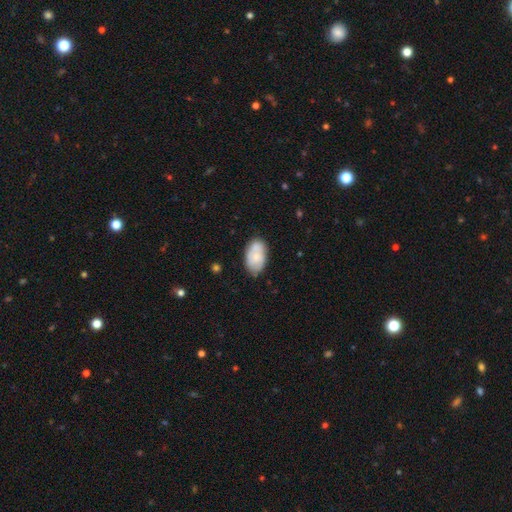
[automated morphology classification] Smooth or featured?
  - smooth: 70% *
  - featured or disk: 23%
  - star or artifact: 6%
How rounded?
  - in between: 93% *
  - round: 5%
  - cigar-shaped: 1%
Merging?
  - none: 68% *
  - minor disturbance: 21%
  - merger: 6%
  - major disturbance: 4%